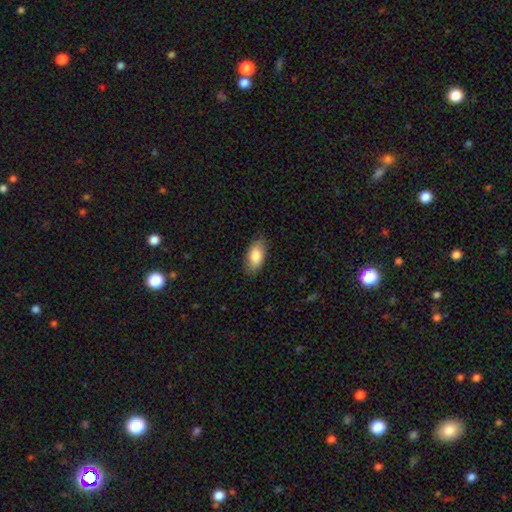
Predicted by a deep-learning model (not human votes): This appears to be a smooth galaxy with no disk features (83%) that is in between round and cigar-shaped (92%). Merging: none (84%).